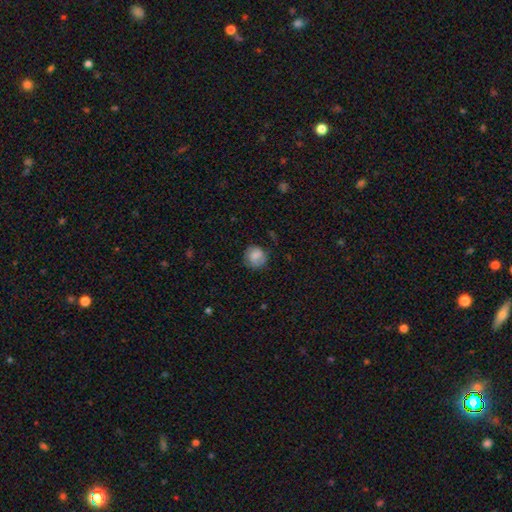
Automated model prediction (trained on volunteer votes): Morphology: type=smooth (79%); roundness=round (86%); merging=none (73%).